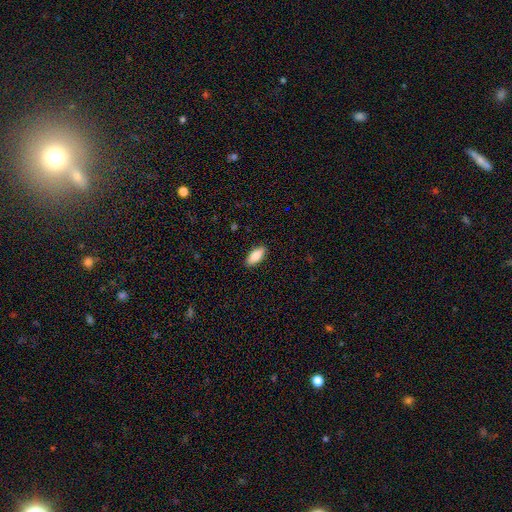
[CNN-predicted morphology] smooth 87%, featured or disk 7%, star or artifact 6%. Down the decision tree: how rounded — in between (85%); merging — none (89%).